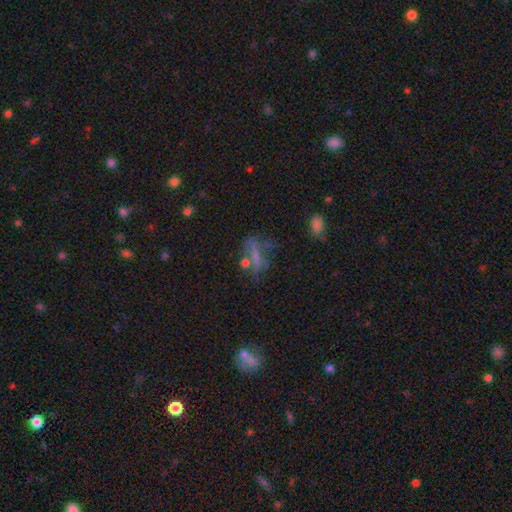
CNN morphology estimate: Smooth or featured? smooth (44%)
Merging? none (51%)